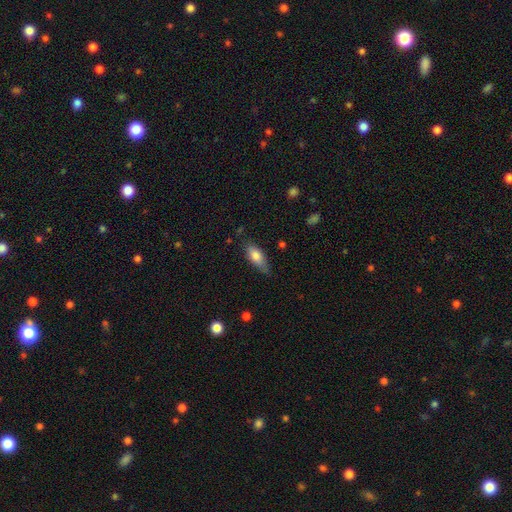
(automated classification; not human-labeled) This is likely a smooth galaxy (76%). How rounded: likely in between (74%). Merging: likely none (68%).